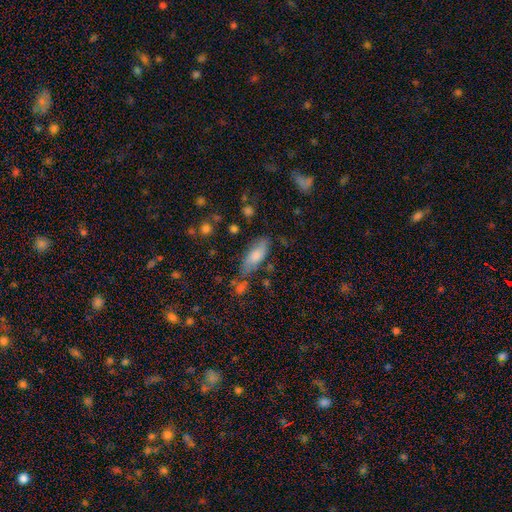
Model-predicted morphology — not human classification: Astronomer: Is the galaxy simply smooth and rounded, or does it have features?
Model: smooth — 73%.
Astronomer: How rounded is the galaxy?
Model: in between — 74%.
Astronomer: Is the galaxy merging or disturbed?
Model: none — 58%.